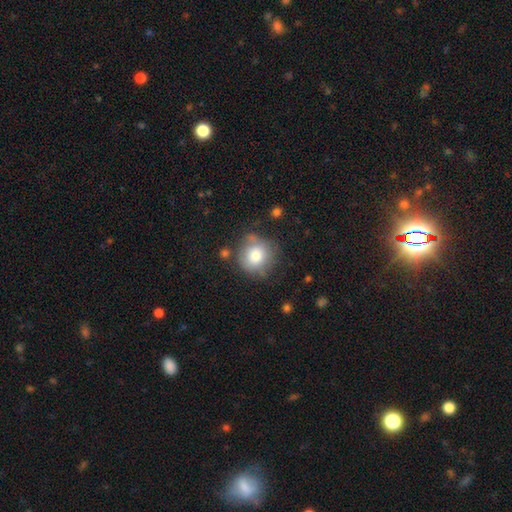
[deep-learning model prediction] This is likely a smooth galaxy (76%). How rounded: clearly round (89%). Merging: likely none (65%).